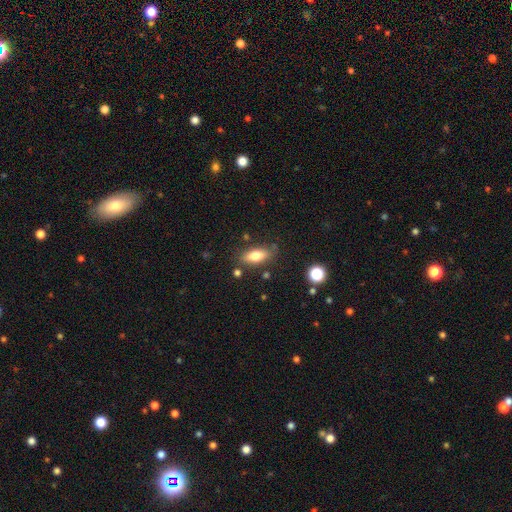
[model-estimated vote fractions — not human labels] Overall: smooth (75%). How rounded: in between (77%). Merging: none (78%).